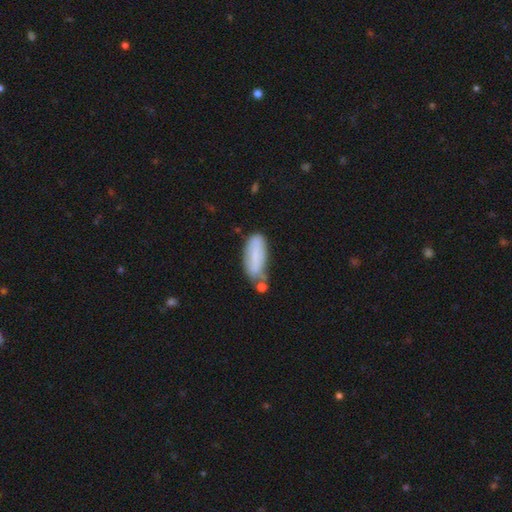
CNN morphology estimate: Smooth or featured?
  - smooth: 69% *
  - featured or disk: 24%
  - star or artifact: 7%
How rounded?
  - in between: 70% *
  - cigar-shaped: 29%
  - round: 2%
Merging?
  - none: 47% *
  - minor disturbance: 29%
  - merger: 16%
  - major disturbance: 8%